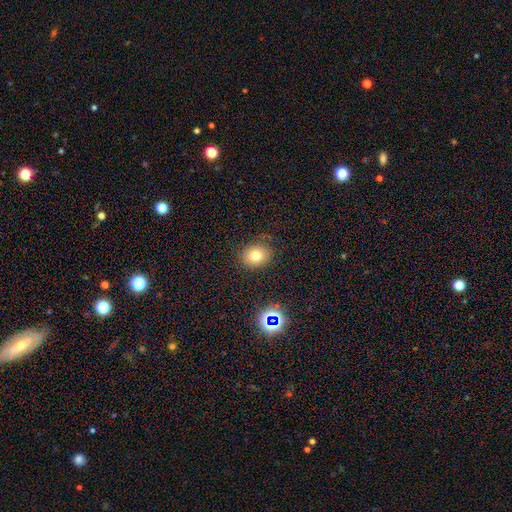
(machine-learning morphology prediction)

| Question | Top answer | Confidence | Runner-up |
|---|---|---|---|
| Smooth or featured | smooth | 74% | star or artifact (16%) |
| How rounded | round | 60% | in between (39%) |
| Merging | none | 83% | minor disturbance (11%) |